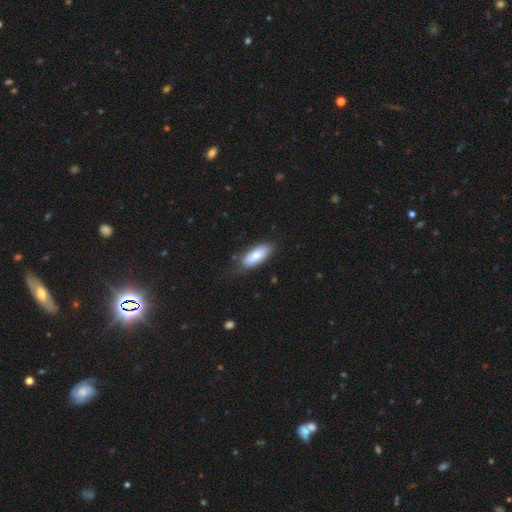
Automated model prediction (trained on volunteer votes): Smooth or featured?
  - smooth: 77% *
  - featured or disk: 17%
  - star or artifact: 6%
How rounded?
  - in between: 82% *
  - cigar-shaped: 16%
  - round: 2%
Merging?
  - none: 75% *
  - minor disturbance: 20%
  - major disturbance: 4%
  - merger: 2%